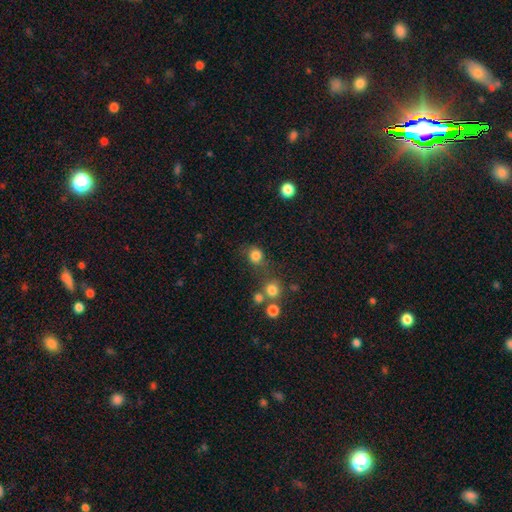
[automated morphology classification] Smooth or featured: smooth — 80% (star or artifact — 14%)
How rounded: round — 80% (in between — 19%)
Merging: none — 62% (minor disturbance — 17%)